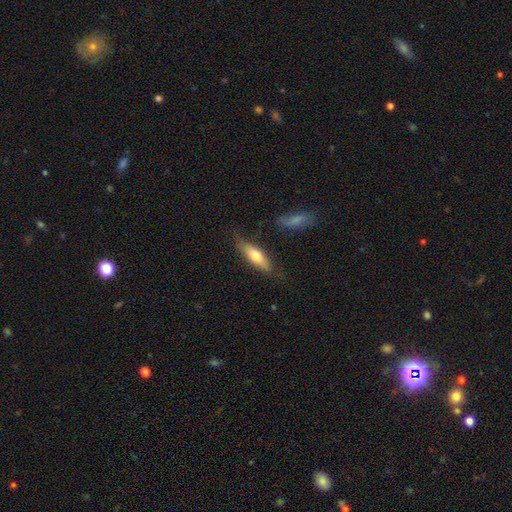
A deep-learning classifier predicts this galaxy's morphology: A smooth galaxy with no disk features (61%) that is cigar-shaped (54%).

Vote fractions:
- Smooth or featured? smooth: 61% / featured or disk: 33% / star or artifact: 6%
- How rounded? cigar-shaped: 54% / in between: 44% / round: 2%
- Merging? none: 71% / minor disturbance: 20% / major disturbance: 5% / merger: 3%